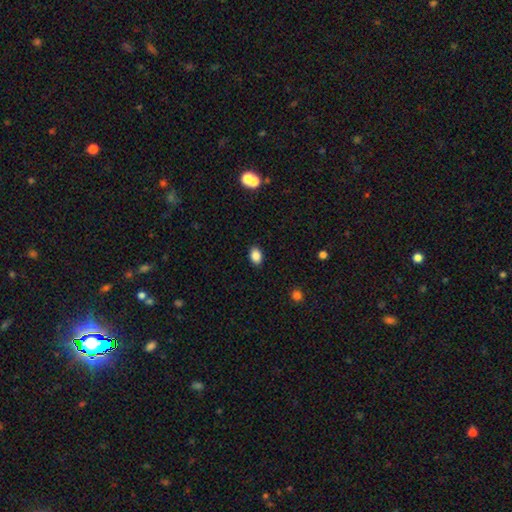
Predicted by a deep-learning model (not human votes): Smooth or featured? smooth (87%)
How rounded? in between (77%)
Merging? none (89%)